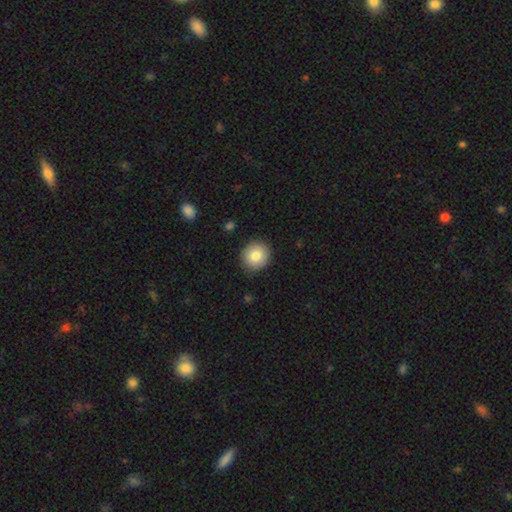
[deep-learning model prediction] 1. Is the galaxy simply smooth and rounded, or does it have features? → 83% smooth, 9% featured or disk, 8% star or artifact.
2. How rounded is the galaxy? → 89% round, 10% in between, 1% cigar-shaped.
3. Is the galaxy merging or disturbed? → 89% none, 8% minor disturbance, 2% major disturbance, 1% merger.